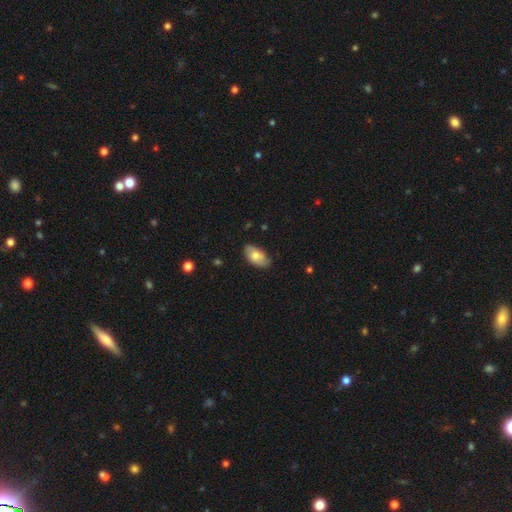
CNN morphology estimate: Smooth or featured? Predicted: smooth (p=0.62). How rounded? Predicted: in between (p=0.93). Merging? Predicted: none (p=0.71).